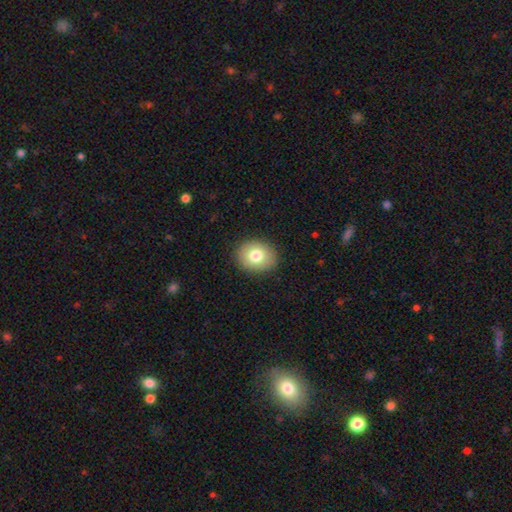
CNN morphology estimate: Smooth or featured: smooth — 78% (featured or disk — 14%)
How rounded: round — 52% (in between — 47%)
Merging: none — 89% (minor disturbance — 8%)